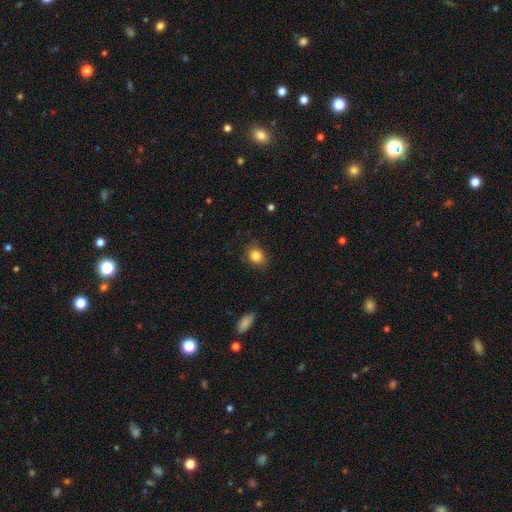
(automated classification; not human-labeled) smooth_or_featured: smooth (p=0.84) [alt: star or artifact p=0.10]
how_rounded: round (p=0.66) [alt: in between p=0.33]
merging: none (p=0.83) [alt: minor disturbance p=0.13]